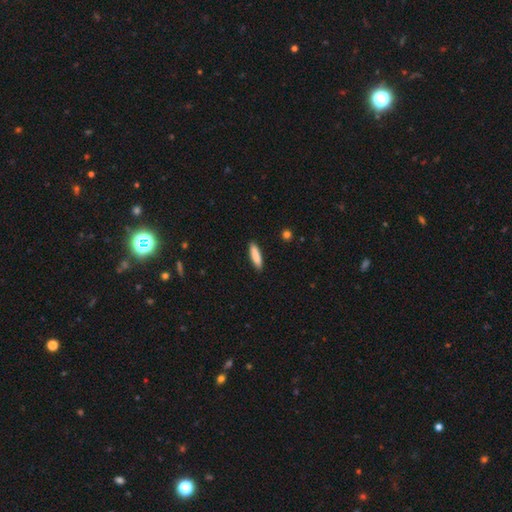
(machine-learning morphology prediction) Overall: smooth (86%). How rounded: cigar-shaped (74%). Merging: none (89%).